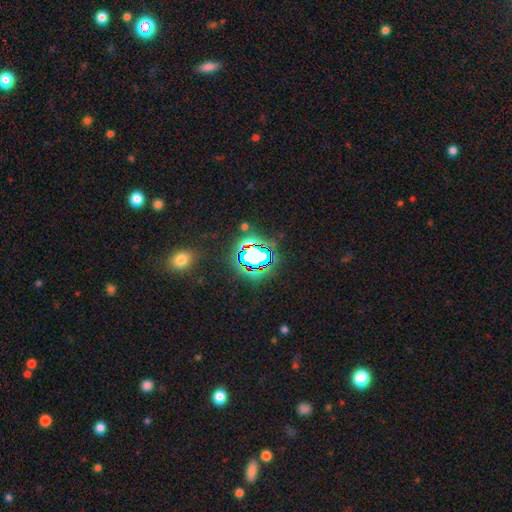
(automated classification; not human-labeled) This appears to be a star or artifact, not a galaxy (68%).